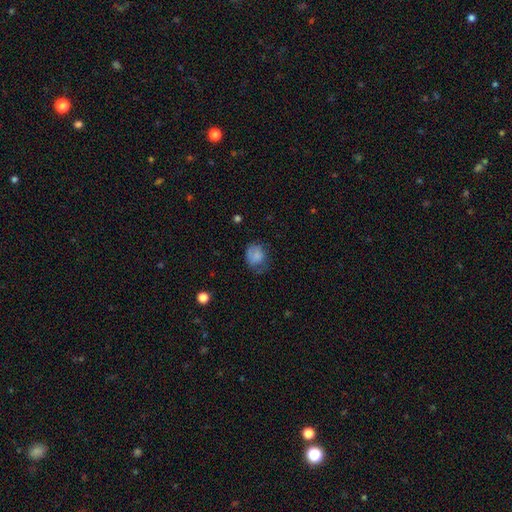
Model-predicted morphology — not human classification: Smooth or featured?
  - smooth: 76% *
  - featured or disk: 15%
  - star or artifact: 10%
How rounded?
  - round: 54% *
  - in between: 45%
  - cigar-shaped: 1%
Merging?
  - none: 47% *
  - minor disturbance: 31%
  - major disturbance: 19%
  - merger: 2%